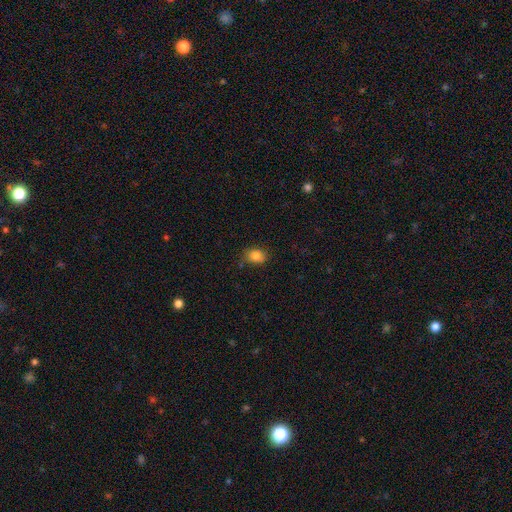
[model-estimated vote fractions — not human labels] Smooth or featured: smooth — 85% (star or artifact — 10%)
How rounded: in between — 57% (round — 42%)
Merging: none — 78% (minor disturbance — 17%)